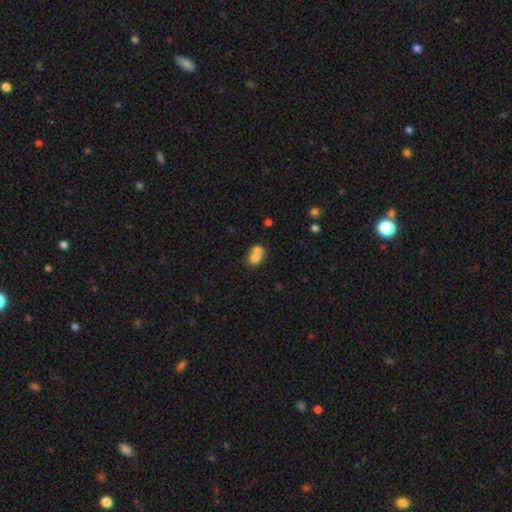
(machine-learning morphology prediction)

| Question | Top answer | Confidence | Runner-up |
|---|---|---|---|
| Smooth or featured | smooth | 71% | featured or disk (18%) |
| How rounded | round | 58% | in between (41%) |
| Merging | merger | 67% | none (24%) |